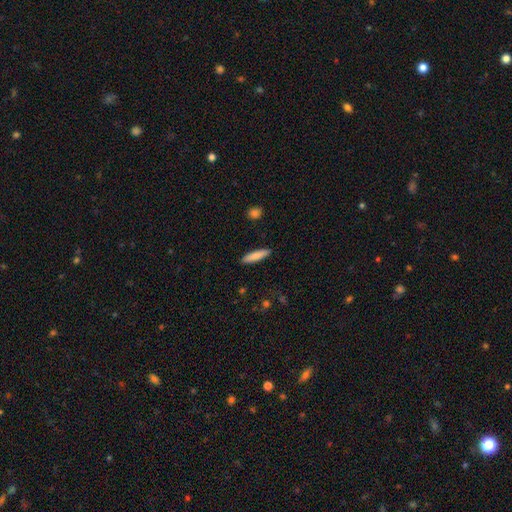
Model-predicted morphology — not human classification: type=smooth (83%); roundness=cigar-shaped (80%); merging=none (91%).